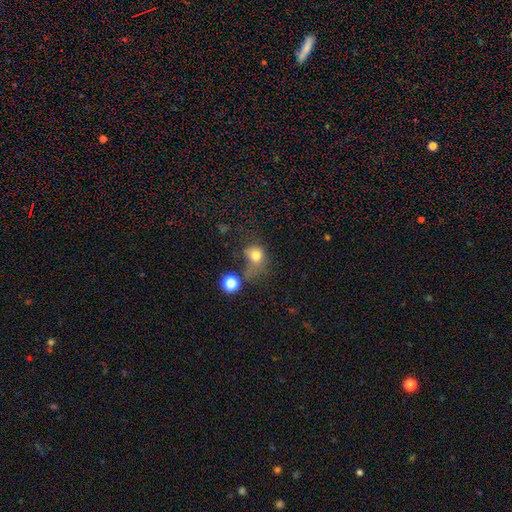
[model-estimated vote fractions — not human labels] smooth-or-featured: smooth: 75% | star or artifact: 15% | featured or disk: 10%
  how-rounded: round: 69% | in between: 29% | cigar-shaped: 1%
  merging: none: 38% | major disturbance: 24% | minor disturbance: 23% | merger: 15%